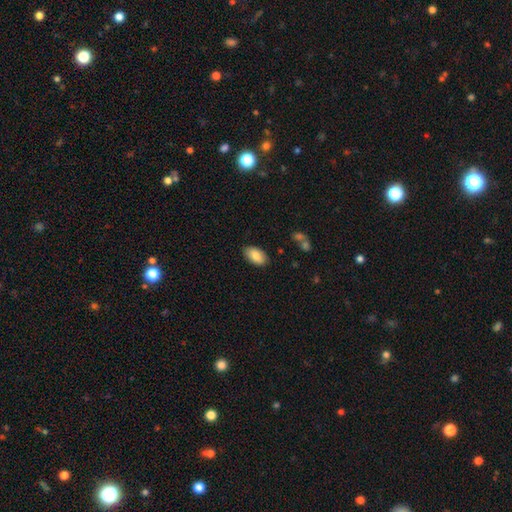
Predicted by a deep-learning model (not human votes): A smooth galaxy with no disk features (85%) that is in between round and cigar-shaped (95%).

Vote fractions:
- Smooth or featured? smooth: 85% / featured or disk: 8% / star or artifact: 7%
- How rounded? in between: 95% / round: 3% / cigar-shaped: 2%
- Merging? none: 84% / minor disturbance: 12% / major disturbance: 2% / merger: 2%